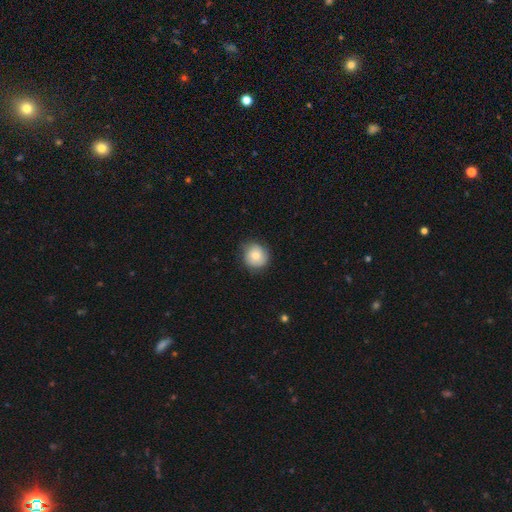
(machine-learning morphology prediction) Smooth or featured? smooth (75%)
How rounded? round (90%)
Merging? none (77%)